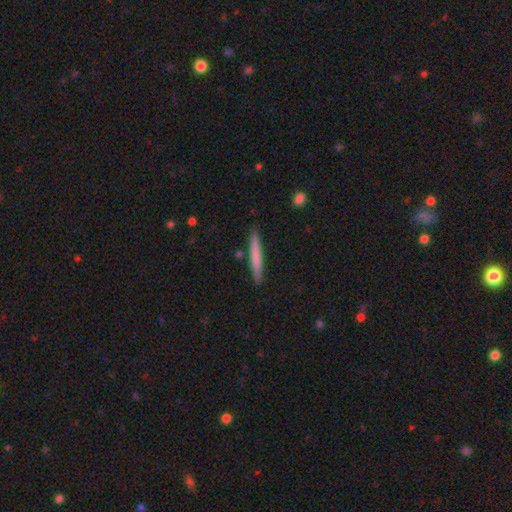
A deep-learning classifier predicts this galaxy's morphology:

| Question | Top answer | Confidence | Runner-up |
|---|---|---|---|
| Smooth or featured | smooth | 72% | featured or disk (23%) |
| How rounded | cigar-shaped | 96% | in between (3%) |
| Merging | none | 88% | minor disturbance (8%) |